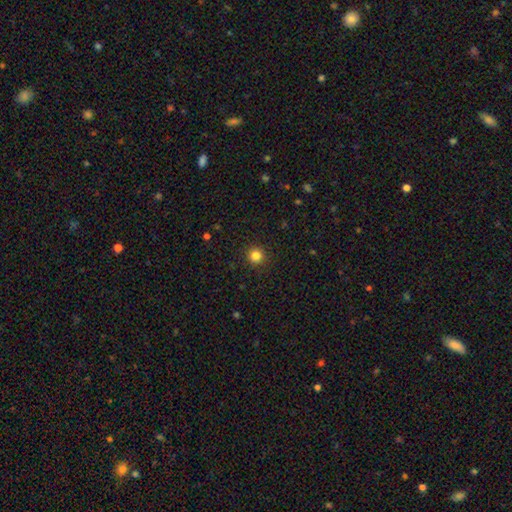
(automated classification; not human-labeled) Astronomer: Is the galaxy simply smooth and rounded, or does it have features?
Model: smooth — 82%.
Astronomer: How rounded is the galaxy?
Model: round — 95%.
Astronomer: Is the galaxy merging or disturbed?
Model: none — 92%.